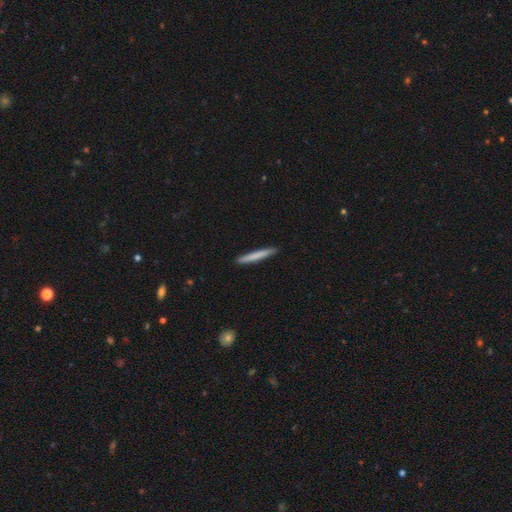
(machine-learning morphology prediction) A smooth galaxy with no disk features (73%) that is cigar-shaped (97%). Merging: none (92%).